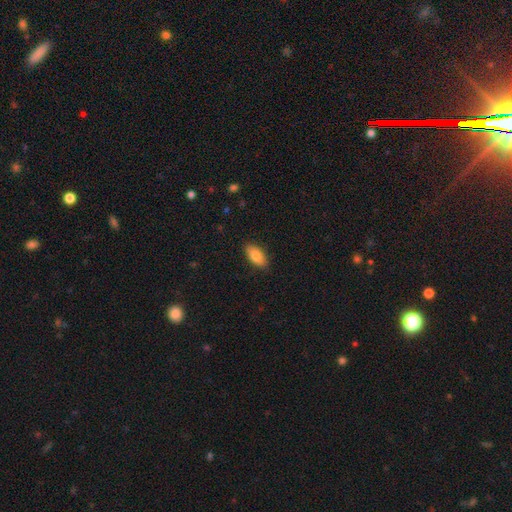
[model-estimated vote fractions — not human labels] Smooth or featured: smooth — 83% (featured or disk — 10%)
How rounded: in between — 90% (cigar-shaped — 8%)
Merging: none — 87% (minor disturbance — 10%)